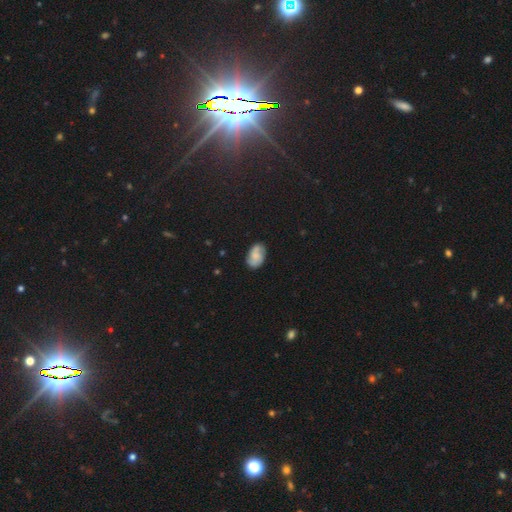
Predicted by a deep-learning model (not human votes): Smooth or featured? featured or disk (47%)
Merging? none (78%)